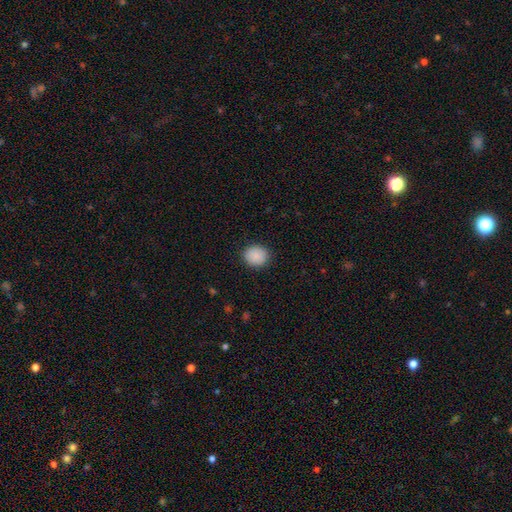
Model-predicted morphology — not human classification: Smooth or featured: smooth — 89% (star or artifact — 8%)
How rounded: round — 75% (in between — 24%)
Merging: none — 90% (minor disturbance — 7%)